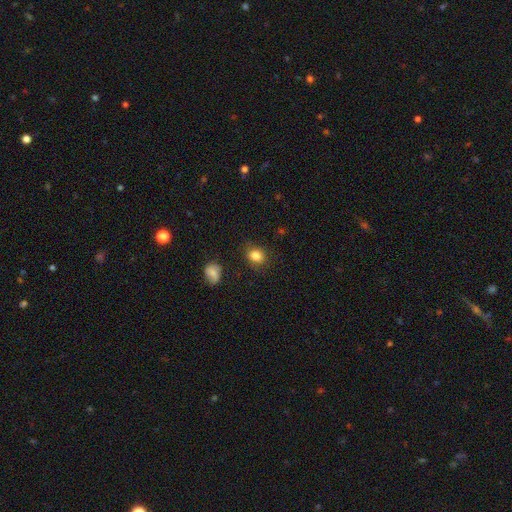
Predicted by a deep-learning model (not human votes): This is clearly a smooth galaxy (84%). How rounded: possibly round (52%). Merging: clearly none (81%).